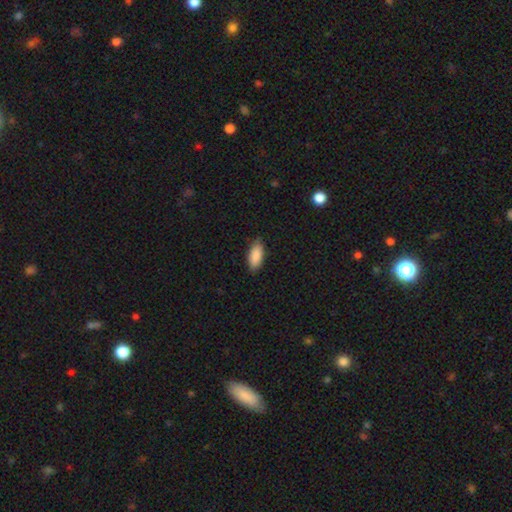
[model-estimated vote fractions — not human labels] Smooth or featured? Predicted: smooth (p=0.89). How rounded? Predicted: in between (p=0.84). Merging? Predicted: none (p=0.85).